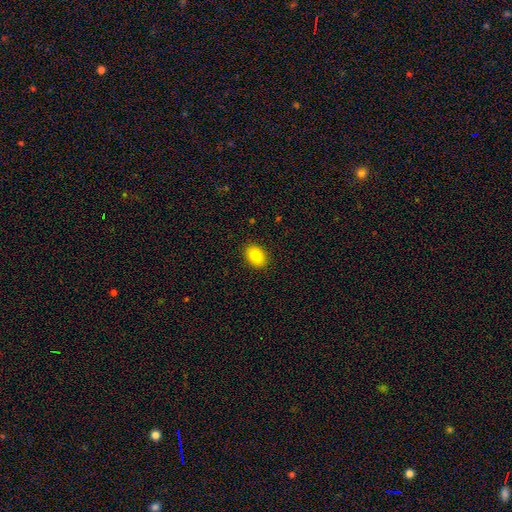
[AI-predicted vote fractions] This is clearly a smooth galaxy (86%). How rounded: clearly in between (81%). Merging: clearly none (90%).